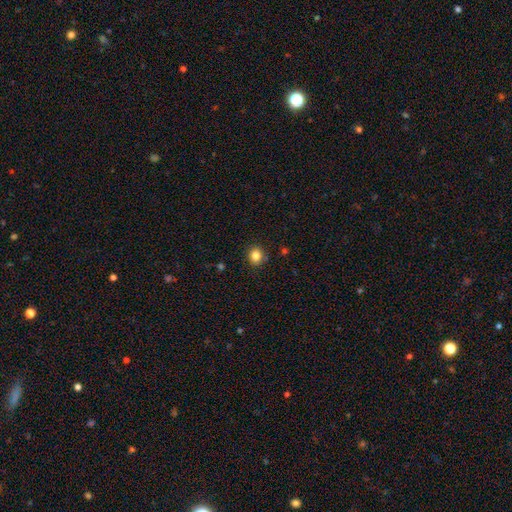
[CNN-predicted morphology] Q: Smooth or featured?
A: smooth (84%); runner-up: star or artifact (11%)
Q: How rounded?
A: round (79%); runner-up: in between (20%)
Q: Merging?
A: none (89%); runner-up: minor disturbance (8%)